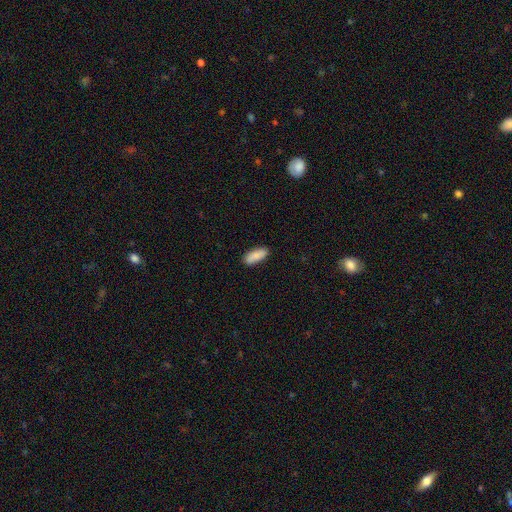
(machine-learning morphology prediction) smooth_or_featured: smooth (p=0.86) [alt: featured or disk p=0.08]
how_rounded: in between (p=0.80) [alt: cigar-shaped p=0.19]
merging: none (p=0.87) [alt: minor disturbance p=0.10]